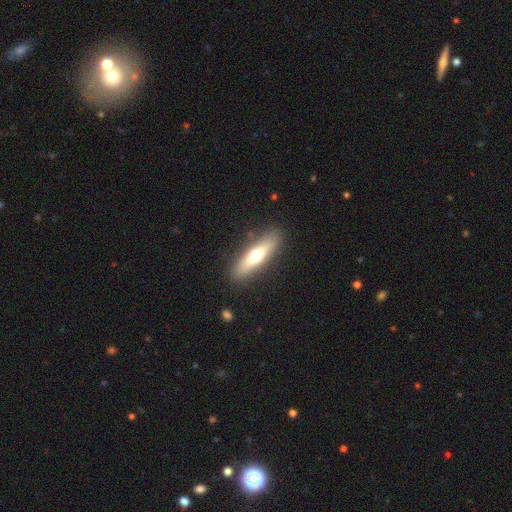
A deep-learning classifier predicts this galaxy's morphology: Smooth or featured: smooth — 54% (featured or disk — 40%)
How rounded: cigar-shaped — 70% (in between — 27%)
Merging: none — 87% (minor disturbance — 9%)